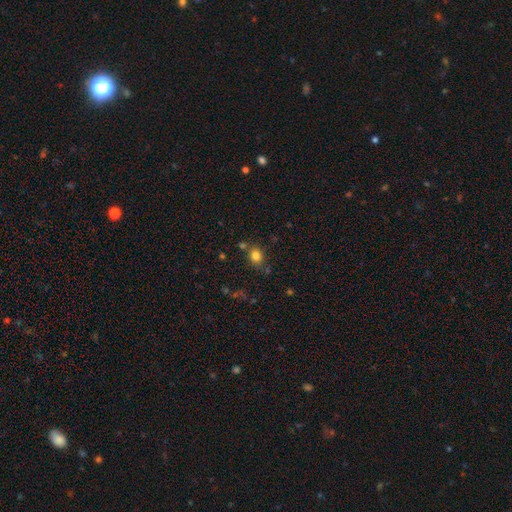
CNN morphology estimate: type=smooth (80%); roundness=round (57%); merging=none (75%).